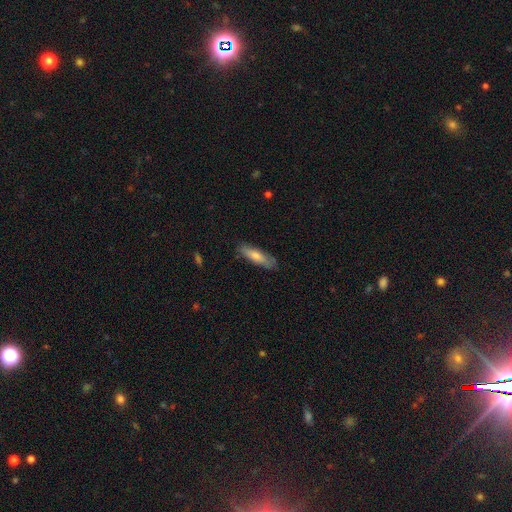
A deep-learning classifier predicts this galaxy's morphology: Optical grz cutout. It shows a smooth galaxy with no disk features (72%) that is cigar-shaped (65%). Merging: none (79%).